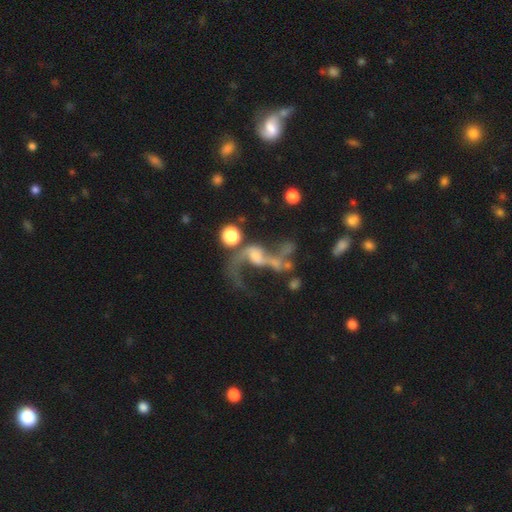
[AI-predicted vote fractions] smooth_or_featured: featured or disk (p=0.74) [alt: smooth p=0.14]
disk_edge_on: no (p=0.95) [alt: yes p=0.05]
bar: no (p=0.53) [alt: weak p=0.33]
has_spiral_arms: yes (p=0.78) [alt: no p=0.22]
spiral_winding: loose (p=0.87) [alt: medium p=0.11]
spiral_arm_count: 2 (p=0.74) [alt: 1 p=0.18]
bulge_size: none (p=0.30) [tied with: small p=0.30]
merging: major disturbance (p=0.35) [alt: none p=0.28]